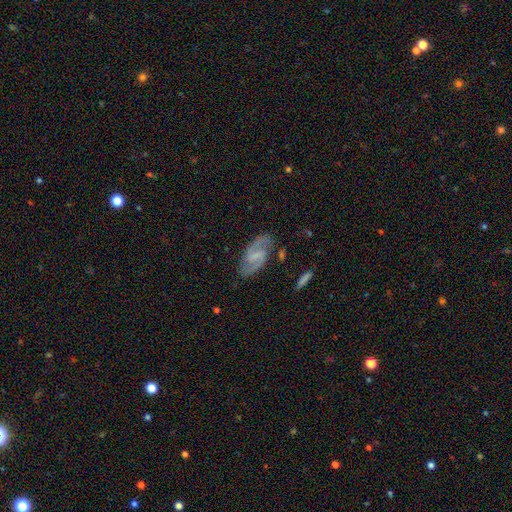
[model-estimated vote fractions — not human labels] Overall: featured or disk (86%). Edge-on disk: no (97%). Bar: weak (47%; strong 33%). Spiral arms: yes (96%). Spiral arm count: 2 (93%). Spiral winding: medium (55%; loose 25%). Bulge size: none (52%; small 32%). Merging: none (81%).